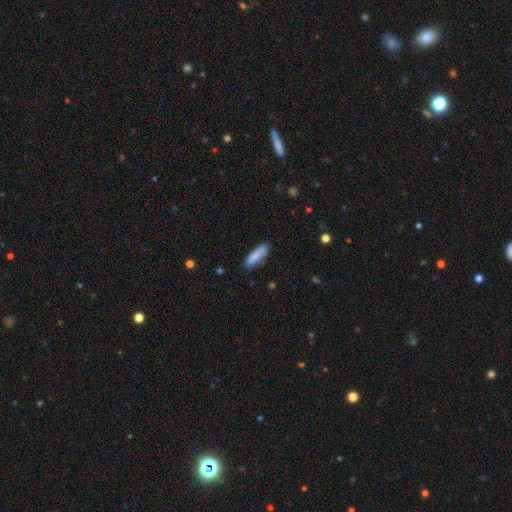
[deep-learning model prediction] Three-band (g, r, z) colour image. It shows a smooth galaxy with no disk features (80%) that is cigar-shaped (70%). Merging: none (74%).